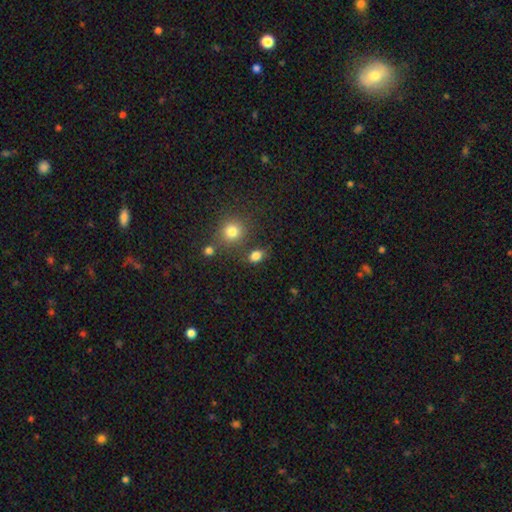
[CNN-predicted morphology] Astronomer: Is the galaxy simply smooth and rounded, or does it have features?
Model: smooth — 82%.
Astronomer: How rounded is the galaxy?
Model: in between — 63%.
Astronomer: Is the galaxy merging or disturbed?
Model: none — 72%.